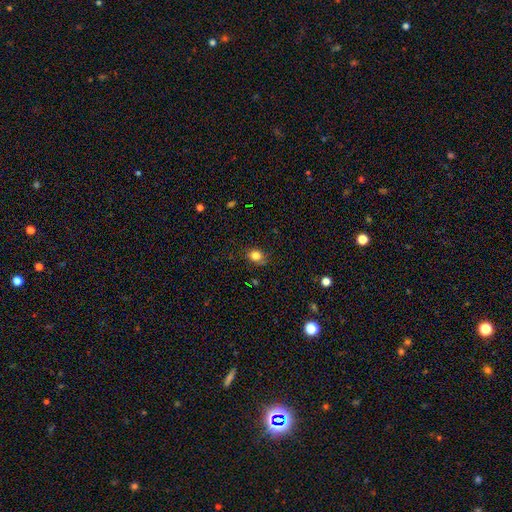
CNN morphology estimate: smooth 82%, star or artifact 12%, featured or disk 6%. Down the decision tree: how rounded — round (54%); merging — none (81%).